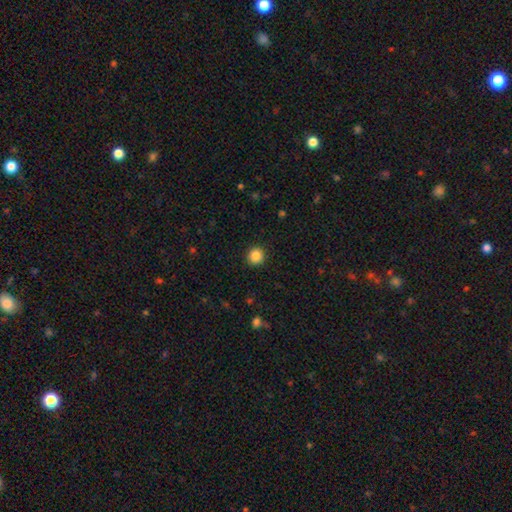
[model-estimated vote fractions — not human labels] Morphology: type=smooth (87%); roundness=round (92%); merging=none (92%).